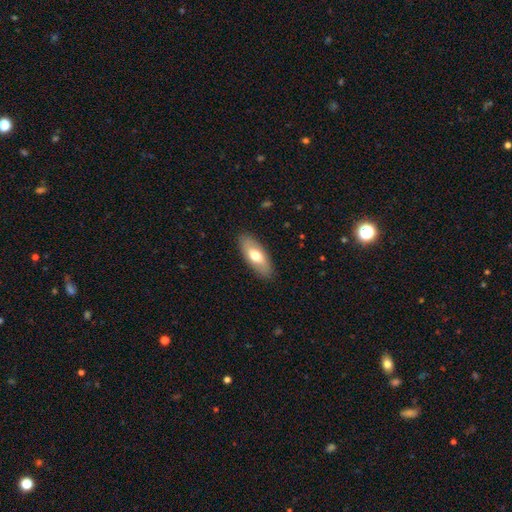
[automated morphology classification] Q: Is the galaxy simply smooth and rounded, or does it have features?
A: smooth — 64%.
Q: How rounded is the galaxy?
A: in between — 80%.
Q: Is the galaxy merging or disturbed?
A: none — 88%.